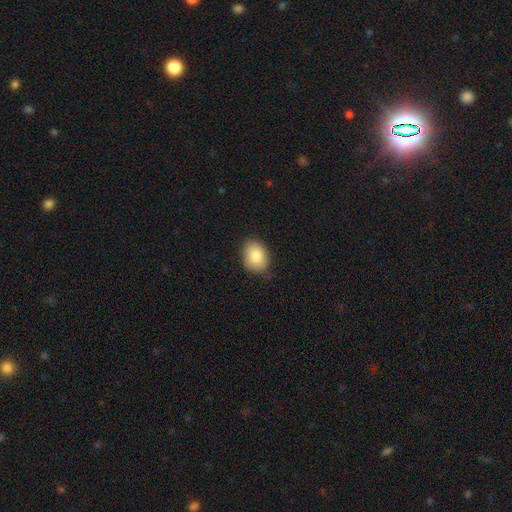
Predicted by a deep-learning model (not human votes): Overall: smooth (85%). How rounded: in between (72%). Merging: none (78%).